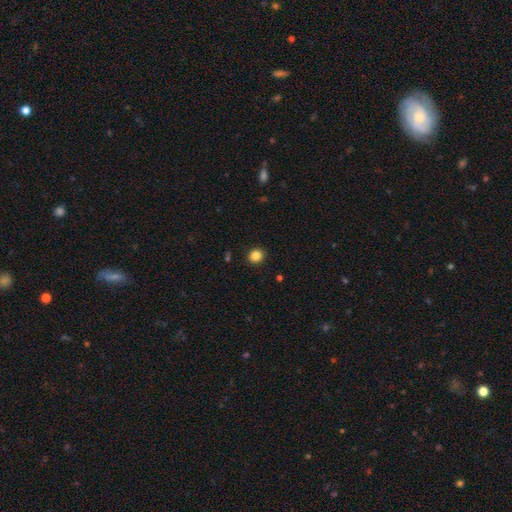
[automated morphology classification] A smooth galaxy with no disk features (85%) that is round (85%). Merging: none (92%).